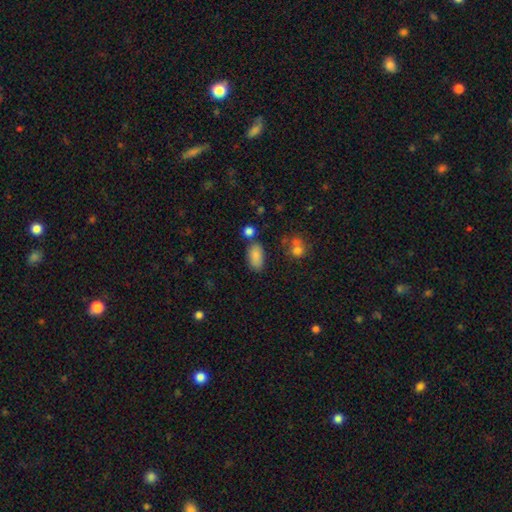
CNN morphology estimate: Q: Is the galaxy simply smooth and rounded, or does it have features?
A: smooth — 85%.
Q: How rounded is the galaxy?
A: in between — 92%.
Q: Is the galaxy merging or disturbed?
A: none — 72%.